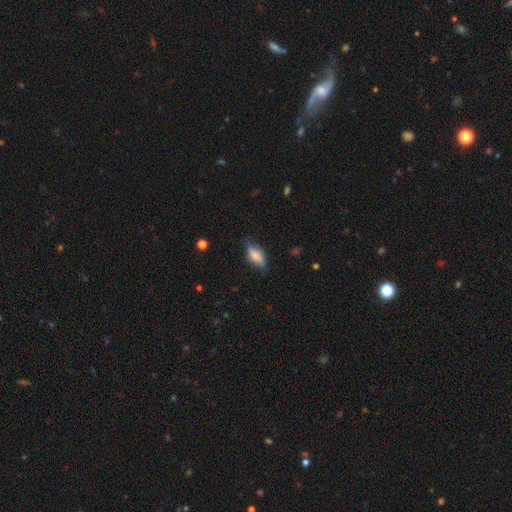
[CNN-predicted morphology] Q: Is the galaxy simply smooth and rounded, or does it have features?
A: smooth — 59%.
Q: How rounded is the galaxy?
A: in between — 73%.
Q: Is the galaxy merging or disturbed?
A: none — 69%.